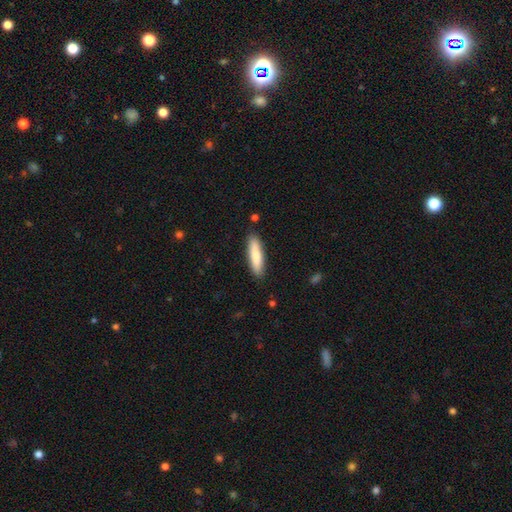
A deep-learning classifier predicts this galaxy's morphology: Q: Smooth or featured?
A: smooth (81%); runner-up: featured or disk (13%)
Q: How rounded?
A: cigar-shaped (73%); runner-up: in between (26%)
Q: Merging?
A: none (87%); runner-up: minor disturbance (9%)